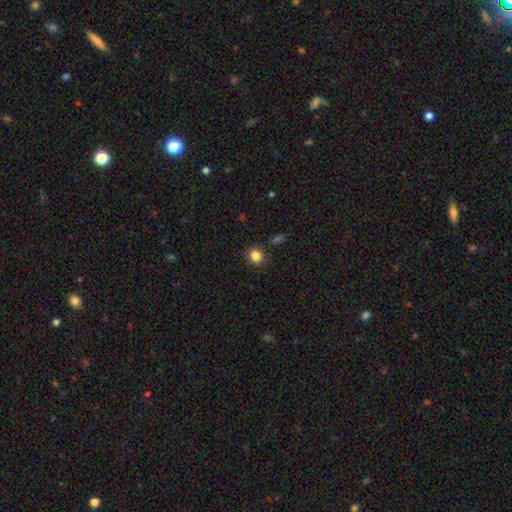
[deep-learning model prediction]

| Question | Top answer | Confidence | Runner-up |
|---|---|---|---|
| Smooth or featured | smooth | 84% | star or artifact (11%) |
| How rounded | round | 74% | in between (25%) |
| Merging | none | 86% | minor disturbance (9%) |